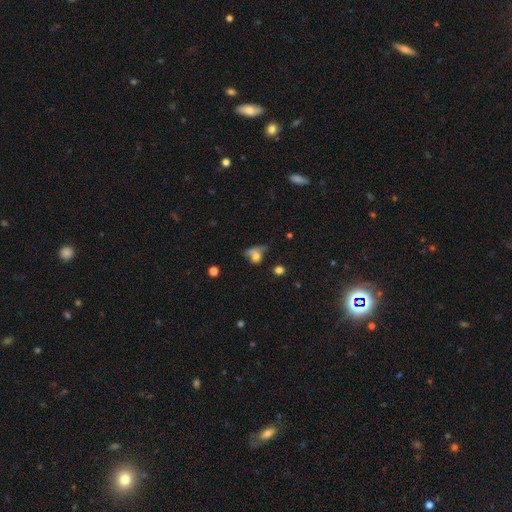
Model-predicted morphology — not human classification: type=smooth (66%); roundness=in between (52%); merging=none (32%).